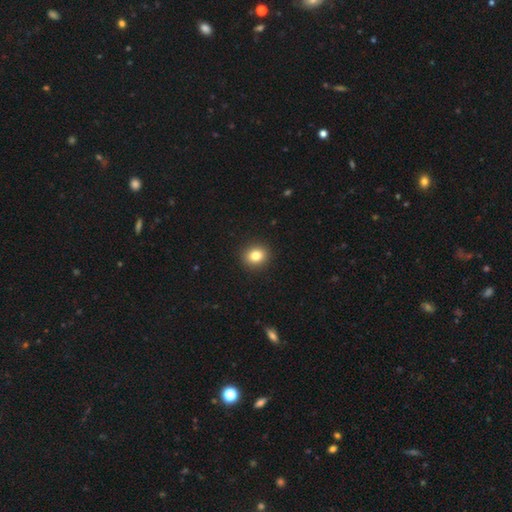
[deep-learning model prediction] A smooth galaxy with no disk features (82%) that is round (75%). Merging: none (92%).